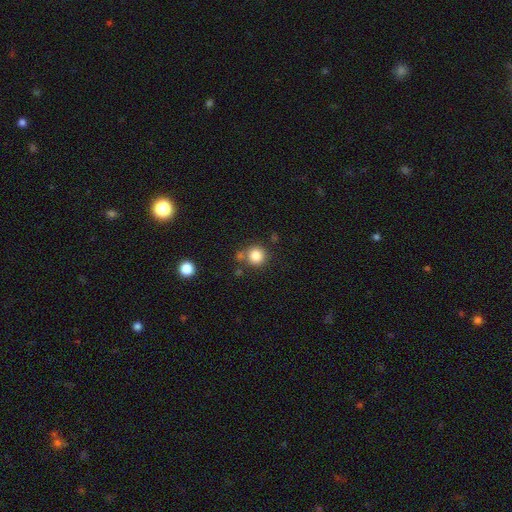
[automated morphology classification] Smooth or featured?
  - smooth: 84% *
  - star or artifact: 10%
  - featured or disk: 6%
How rounded?
  - round: 93% *
  - in between: 6%
  - cigar-shaped: 1%
Merging?
  - none: 73% *
  - merger: 12%
  - minor disturbance: 11%
  - major disturbance: 4%